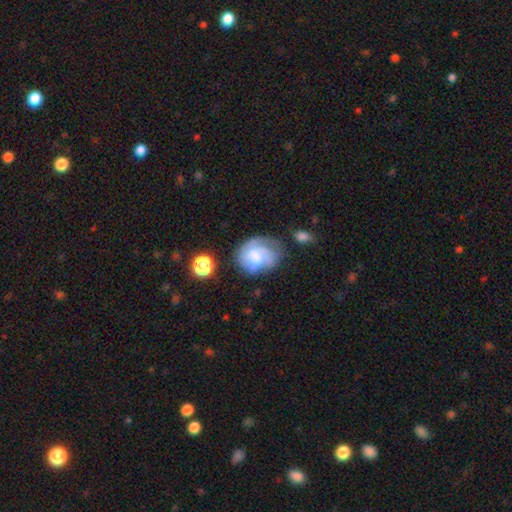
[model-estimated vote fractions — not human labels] A featured or disk galaxy (62%) with no bar (59%), spiral arms (82%) and a moderate central bulge (46%). Merging: none (50%).